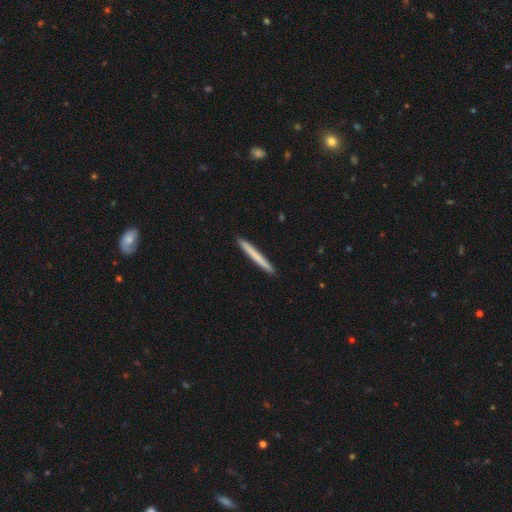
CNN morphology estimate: smooth-or-featured: smooth: 70% | featured or disk: 25% | star or artifact: 5%
  how-rounded: cigar-shaped: 97% | in between: 2% | round: 1%
  merging: none: 93% | minor disturbance: 5% | major disturbance: 1% | merger: 1%